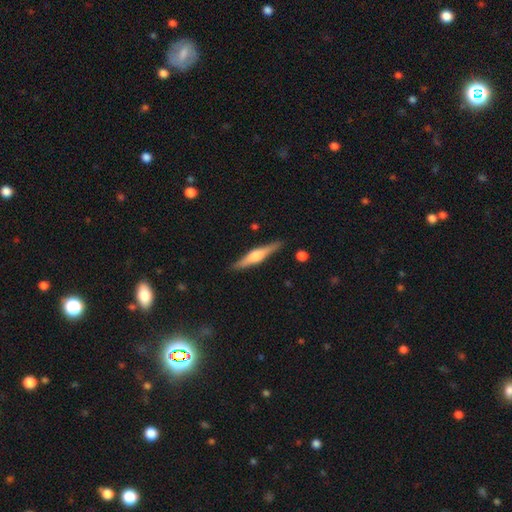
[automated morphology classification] This is likely a featured or disk galaxy (67%). It is clearly viewed edge-on (97%). Edge-on bulge: clearly rounded (85%). Merging: clearly none (88%).